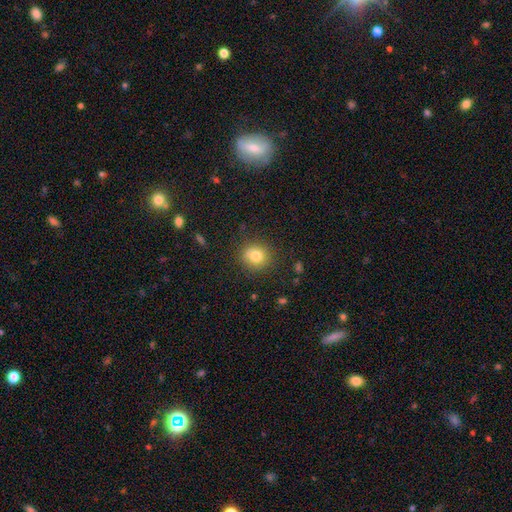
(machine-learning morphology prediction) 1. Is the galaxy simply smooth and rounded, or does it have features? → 79% smooth, 12% star or artifact, 9% featured or disk.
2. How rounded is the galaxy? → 87% round, 12% in between, 1% cigar-shaped.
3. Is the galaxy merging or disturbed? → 83% none, 12% minor disturbance, 3% major disturbance, 2% merger.